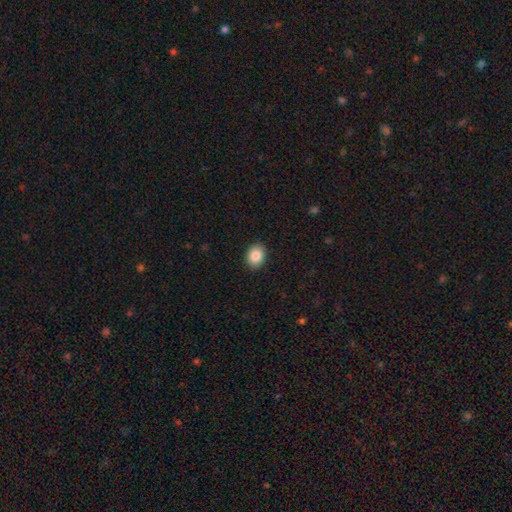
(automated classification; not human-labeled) A smooth galaxy with no disk features (87%) that is in between round and cigar-shaped (62%).

Vote fractions:
- Smooth or featured? smooth: 87% / star or artifact: 8% / featured or disk: 5%
- How rounded? in between: 62% / round: 37% / cigar-shaped: 1%
- Merging? none: 90% / minor disturbance: 7% / major disturbance: 2% / merger: 1%